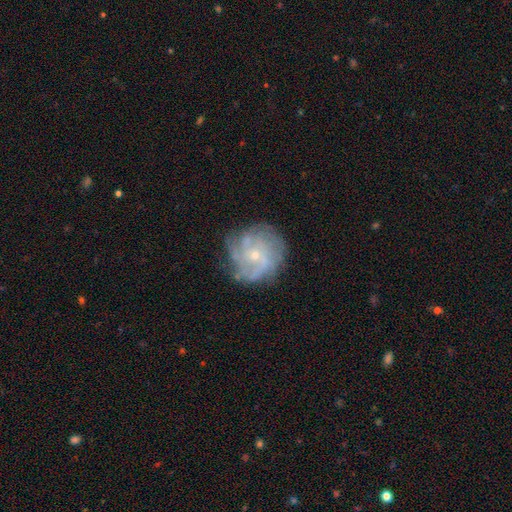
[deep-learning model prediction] This appears to be a featured or disk galaxy (74%) with no bar (75%), tight (48%) spiral arms (85%) and a small central bulge (72%). Merging: none (69%).